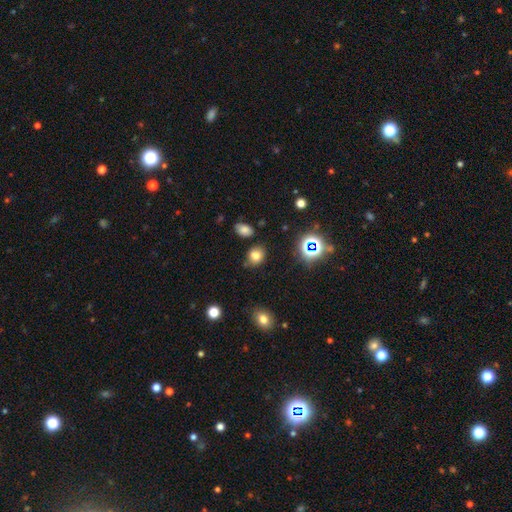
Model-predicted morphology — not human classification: smooth-or-featured: smooth: 73% | star or artifact: 19% | featured or disk: 8%
  how-rounded: in between: 50% | round: 48% | cigar-shaped: 1%
  merging: none: 75% | minor disturbance: 16% | merger: 5% | major disturbance: 4%